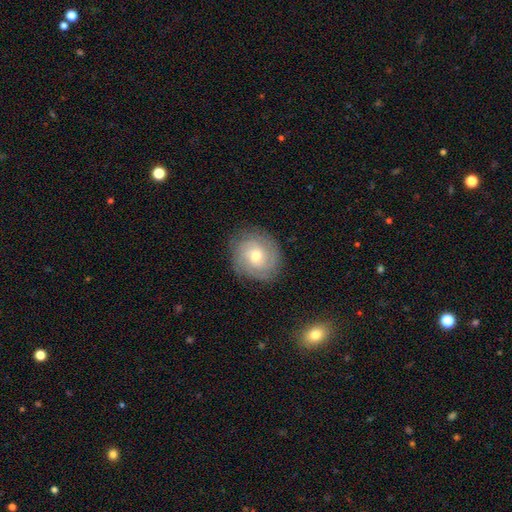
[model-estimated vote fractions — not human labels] This is likely a featured or disk galaxy (67%). It is clearly not viewed edge-on (97%). Bar: likely no (71%). Spiral arm pattern: clearly yes (90%). Spiral arm count: marginally can't tell (36%). Spiral winding: likely tight (69%). Central bulge: possibly moderate (56%). Merging: clearly none (83%).